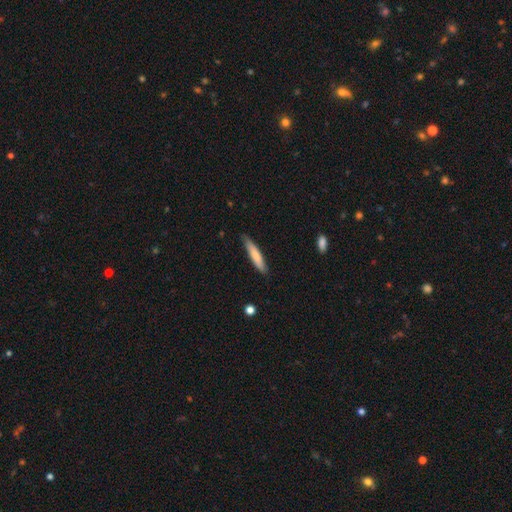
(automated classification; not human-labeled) Smooth or featured: smooth — 77% (featured or disk — 18%)
How rounded: cigar-shaped — 89% (in between — 10%)
Merging: none — 84% (minor disturbance — 13%)